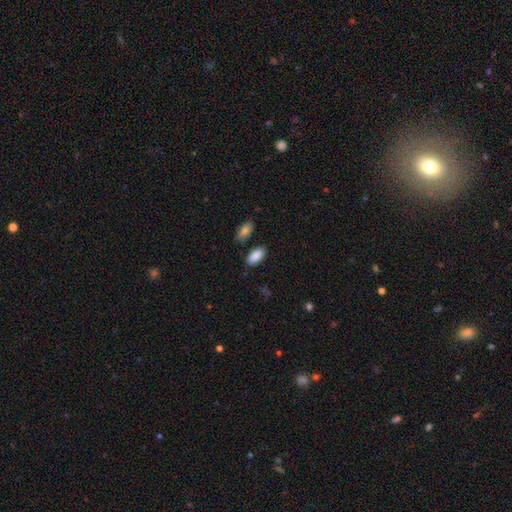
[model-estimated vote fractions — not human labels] This is clearly a smooth galaxy (89%). How rounded: clearly in between (92%). Merging: clearly none (83%).